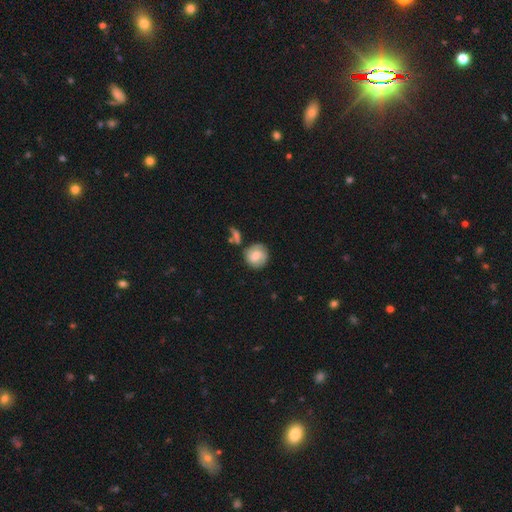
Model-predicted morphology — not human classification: type=featured or disk (52%); edge-on=no (97%); bar=no (54%); spiral arms=yes (87%); bulge=moderate (53%); merging=none (69%).